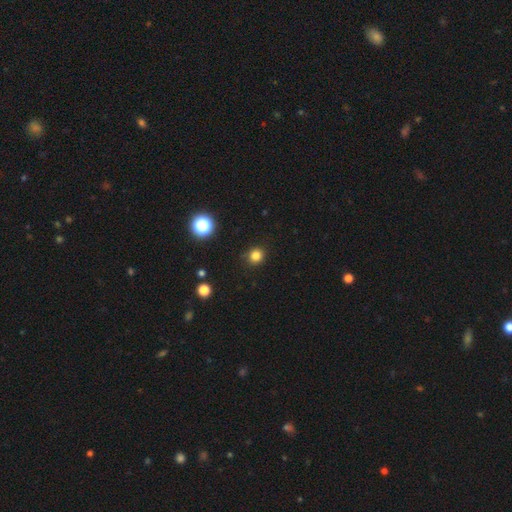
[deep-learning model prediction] Smooth or featured? smooth (82%)
How rounded? round (89%)
Merging? none (89%)